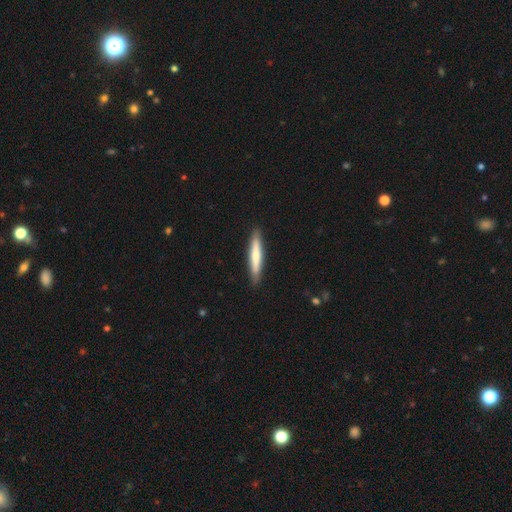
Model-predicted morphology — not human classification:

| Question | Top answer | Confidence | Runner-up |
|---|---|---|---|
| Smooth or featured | smooth | 66% | featured or disk (29%) |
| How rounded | cigar-shaped | 93% | in between (6%) |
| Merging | none | 90% | minor disturbance (8%) |